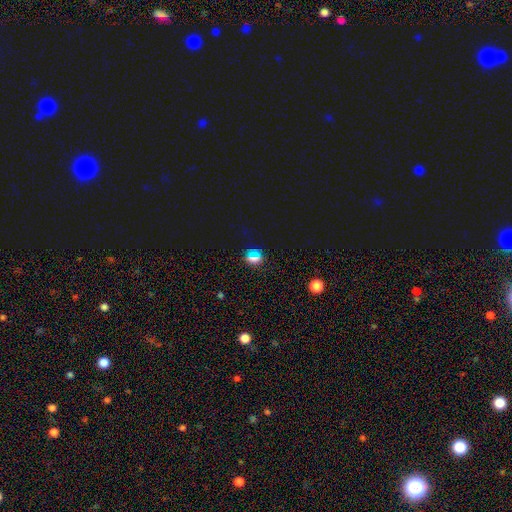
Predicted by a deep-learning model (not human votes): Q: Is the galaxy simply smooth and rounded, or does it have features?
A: star or artifact — 47%.